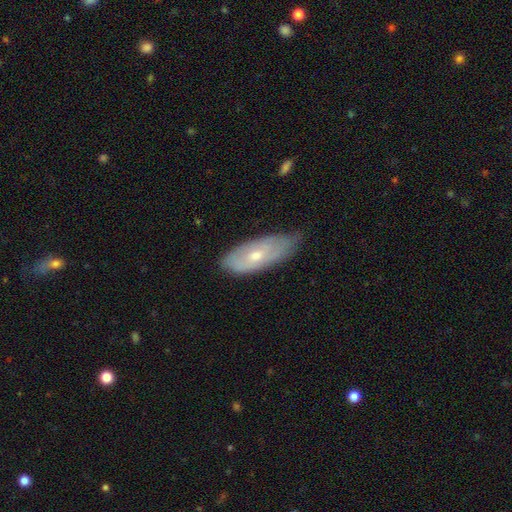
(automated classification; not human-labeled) The model was most divided on "smooth or featured" (2-way tie): featured or disk: 47%, smooth: 47%, star or artifact: 7%. More confident: merging — none (58%).